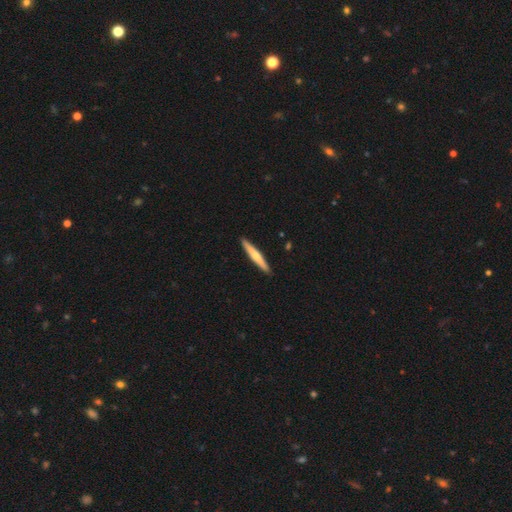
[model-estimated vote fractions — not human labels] smooth_or_featured: featured or disk (p=0.48) [alt: smooth p=0.47]
merging: none (p=0.92) [alt: minor disturbance p=0.06]